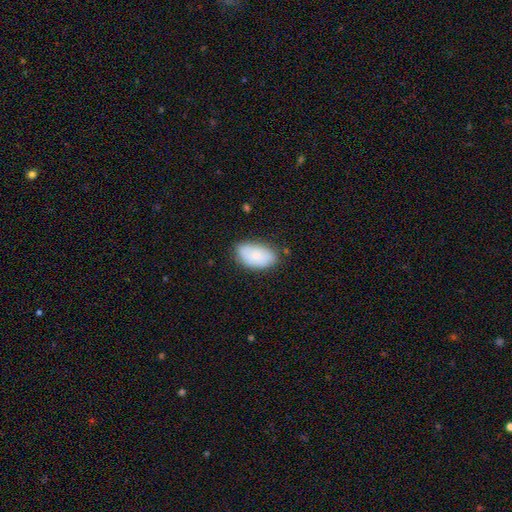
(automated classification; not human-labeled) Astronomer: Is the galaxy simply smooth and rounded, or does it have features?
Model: smooth — 77%.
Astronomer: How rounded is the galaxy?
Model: in between — 94%.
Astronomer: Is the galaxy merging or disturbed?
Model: none — 74%.